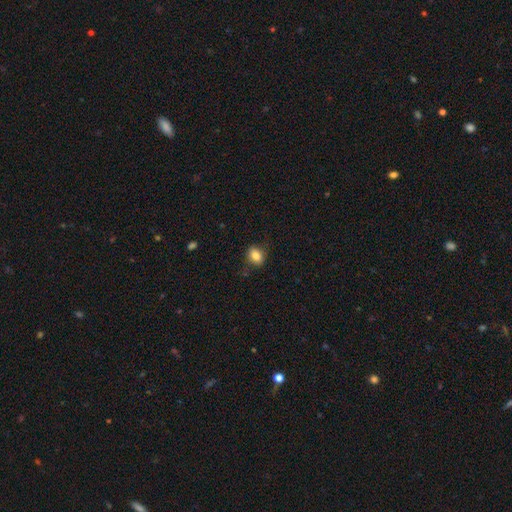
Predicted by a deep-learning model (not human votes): smooth 83%, star or artifact 9%, featured or disk 8%. Down the decision tree: how rounded — in between (64%); merging — none (79%).